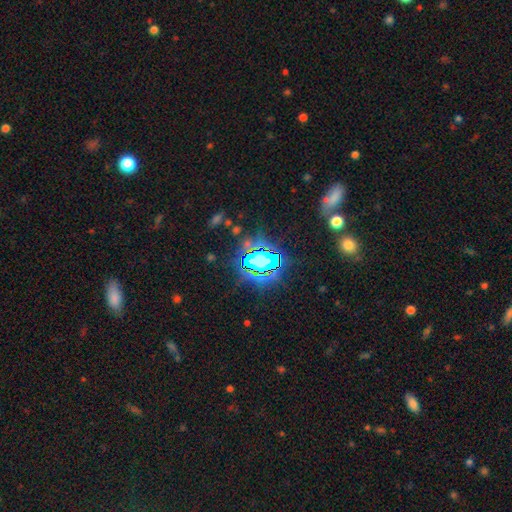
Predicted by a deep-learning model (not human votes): Smooth or featured? star or artifact (77%)